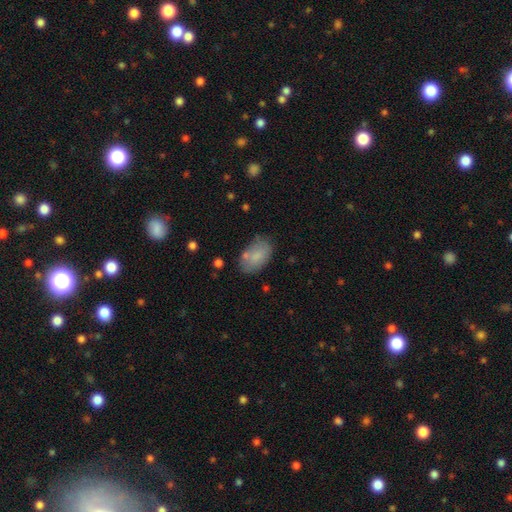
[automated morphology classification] Q: Smooth or featured?
A: smooth (80%); runner-up: featured or disk (13%)
Q: How rounded?
A: in between (92%); runner-up: round (6%)
Q: Merging?
A: none (68%); runner-up: minor disturbance (19%)